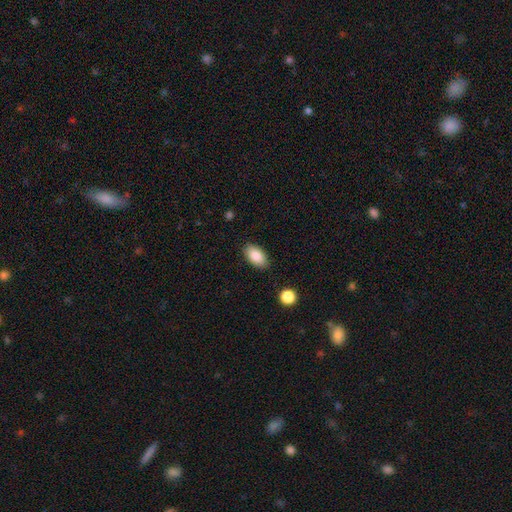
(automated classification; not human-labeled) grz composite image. It shows a smooth galaxy with no disk features (87%) that is in between round and cigar-shaped (94%). Merging: none (85%).